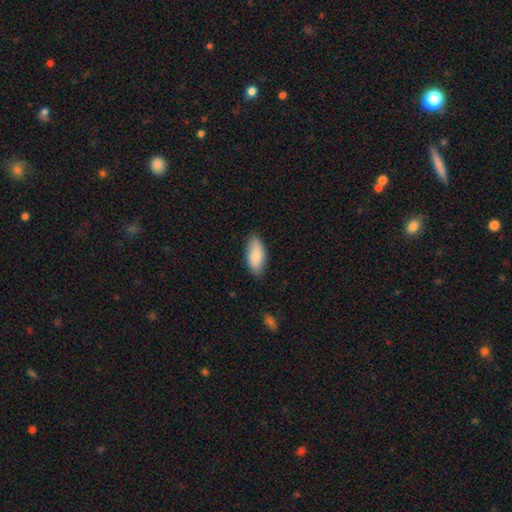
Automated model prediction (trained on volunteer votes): smooth 84%, featured or disk 10%, star or artifact 6%. Down the decision tree: how rounded — in between (89%); merging — none (82%).